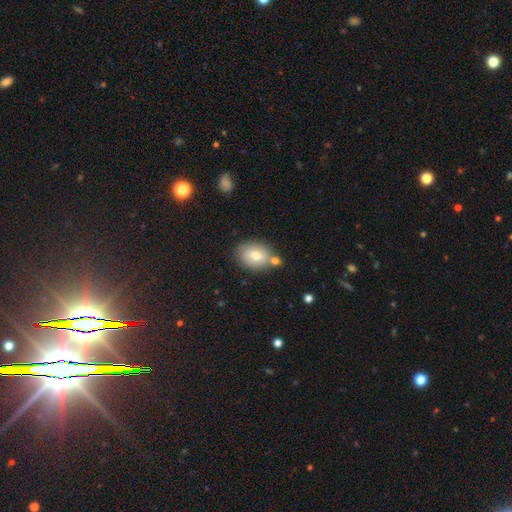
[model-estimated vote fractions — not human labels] Overall: smooth (74%). How rounded: in between (69%; round 30%). Merging: none (64%).